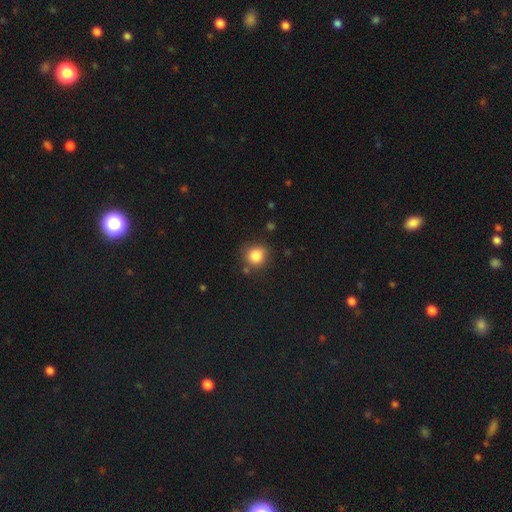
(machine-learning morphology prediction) A smooth galaxy with no disk features (84%) that is round (84%). Merging: none (78%).